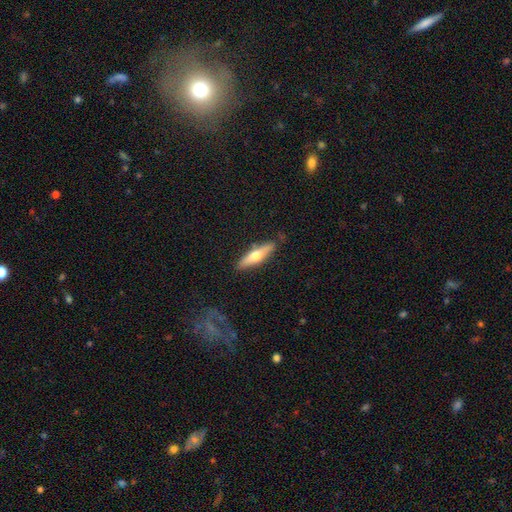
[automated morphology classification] This is possibly a smooth galaxy (52%). How rounded: likely cigar-shaped (69%). Merging: clearly none (84%).